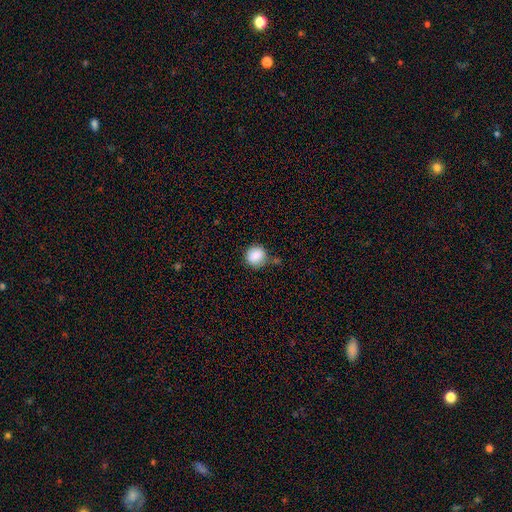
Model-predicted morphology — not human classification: smooth-or-featured: smooth: 87% | star or artifact: 8% | featured or disk: 4%
  how-rounded: round: 86% | in between: 13% | cigar-shaped: 1%
  merging: none: 68% | minor disturbance: 19% | merger: 8% | major disturbance: 5%